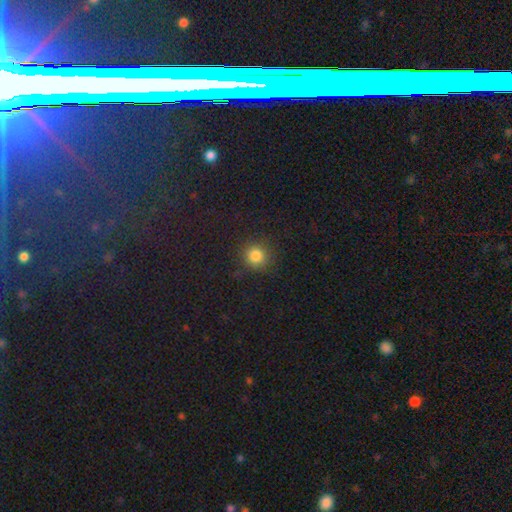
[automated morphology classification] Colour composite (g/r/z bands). It shows a smooth galaxy with no disk features (82%) that is round (91%). Merging: none (87%).